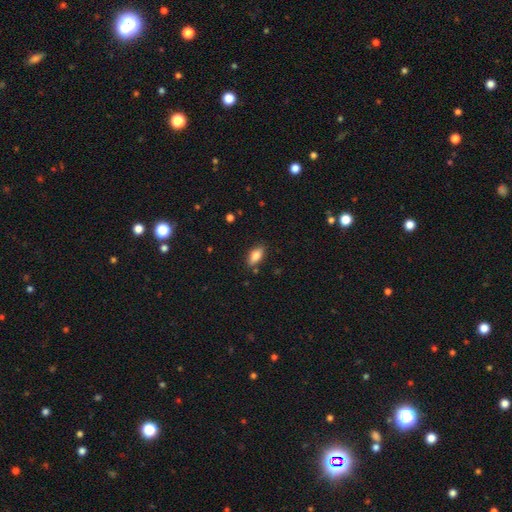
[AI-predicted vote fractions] A smooth galaxy with no disk features (81%) that is in between round and cigar-shaped (87%). Merging: none (83%).